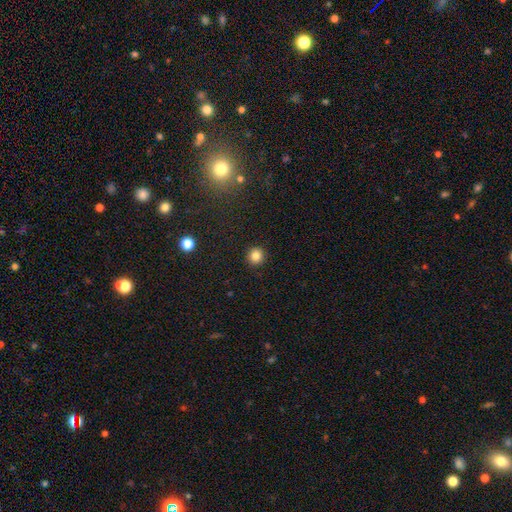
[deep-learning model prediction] Smooth or featured: smooth — 84% (star or artifact — 12%)
How rounded: round — 92% (in between — 7%)
Merging: none — 93% (minor disturbance — 5%)